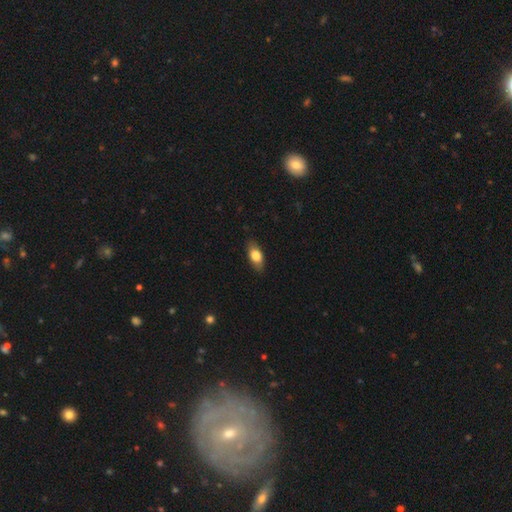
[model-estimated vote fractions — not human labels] Q: Smooth or featured?
A: smooth (76%); runner-up: featured or disk (18%)
Q: How rounded?
A: in between (85%); runner-up: cigar-shaped (9%)
Q: Merging?
A: none (86%); runner-up: minor disturbance (11%)